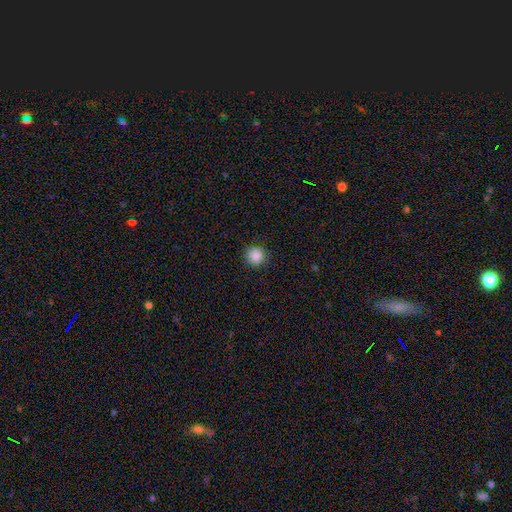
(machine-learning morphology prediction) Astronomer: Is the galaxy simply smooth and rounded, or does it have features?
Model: smooth — 87%.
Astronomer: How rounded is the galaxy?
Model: round — 95%.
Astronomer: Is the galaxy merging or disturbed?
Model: none — 91%.